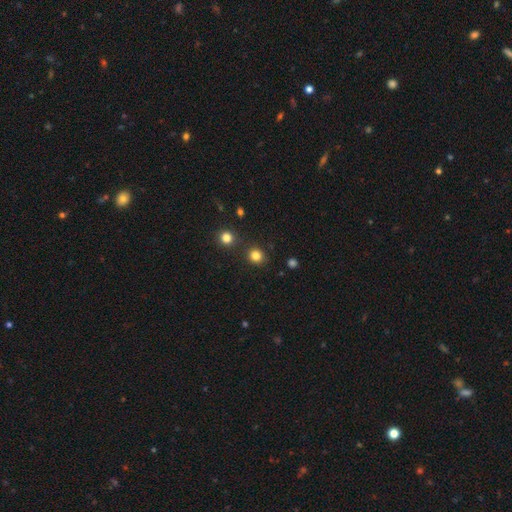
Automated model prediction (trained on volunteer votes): A smooth galaxy with no disk features (82%) that is round (89%).

Vote fractions:
- Smooth or featured? smooth: 82% / star or artifact: 14% / featured or disk: 4%
- How rounded? round: 89% / in between: 10% / cigar-shaped: 1%
- Merging? none: 86% / minor disturbance: 7% / merger: 5% / major disturbance: 3%